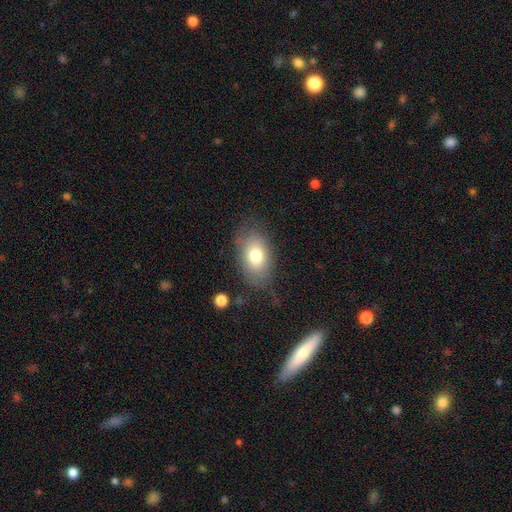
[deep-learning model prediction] Smooth or featured?
  - smooth: 75% *
  - featured or disk: 16%
  - star or artifact: 9%
How rounded?
  - in between: 86% *
  - round: 12%
  - cigar-shaped: 1%
Merging?
  - none: 70% *
  - minor disturbance: 19%
  - major disturbance: 8%
  - merger: 2%